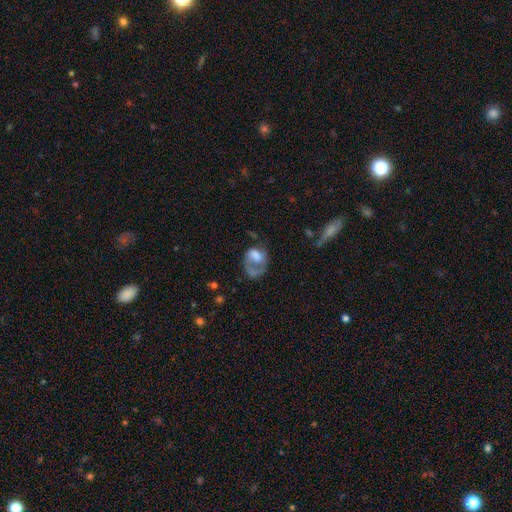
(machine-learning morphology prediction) A featured or disk galaxy (59%) with no bar (58%), spiral arms (74%) and no central bulge (27%, tied with moderate).

Vote fractions:
- Smooth or featured? featured or disk: 59% / smooth: 32% / star or artifact: 9%
- Edge-on disk? no: 97% / yes: 3%
- Bar? no: 58% / weak: 33% / strong: 9%
- Spiral arms? yes: 74% / no: 26%
- Bulge size? none: 27% (tied) / moderate: 27% (tied) / large: 26% / small: 15% / dominant: 4%
- Merging? major disturbance: 43% / none: 32% / minor disturbance: 19% / merger: 7%